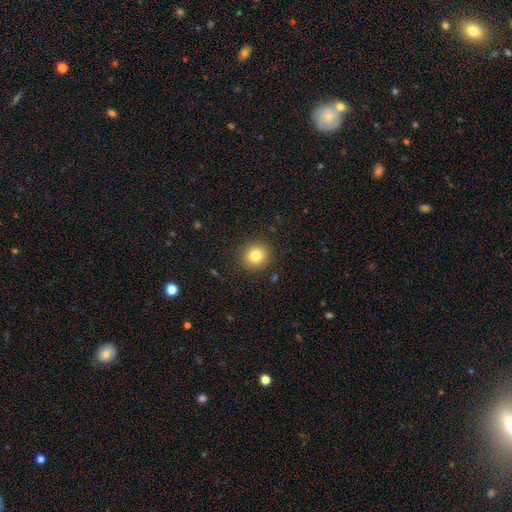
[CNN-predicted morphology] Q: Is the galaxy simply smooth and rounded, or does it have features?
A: smooth — 82%.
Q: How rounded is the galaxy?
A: round — 92%.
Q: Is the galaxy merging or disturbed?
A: none — 89%.